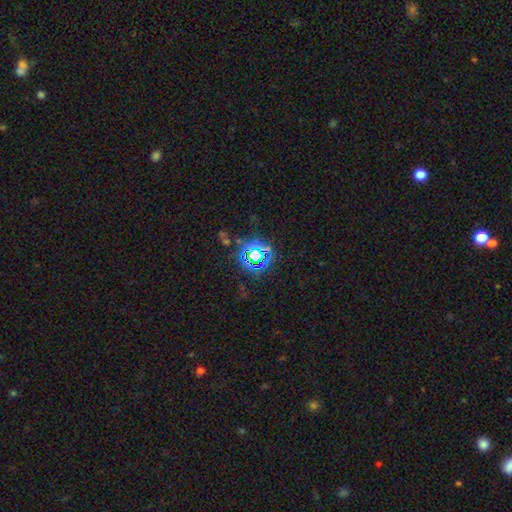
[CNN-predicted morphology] The model was most divided on "smooth or featured": star or artifact: 72%, smooth: 18%, featured or disk: 11%.